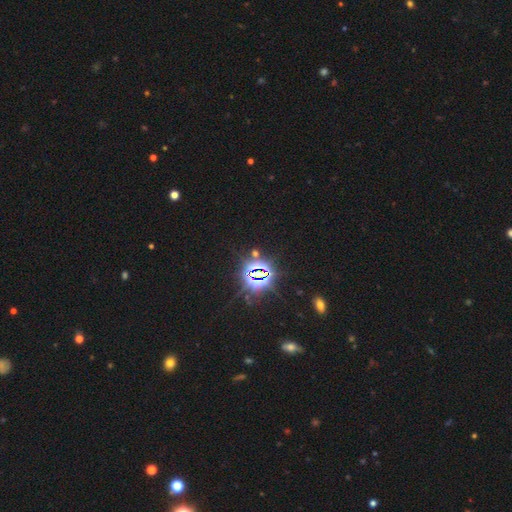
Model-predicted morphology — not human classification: type=star or artifact (83%).